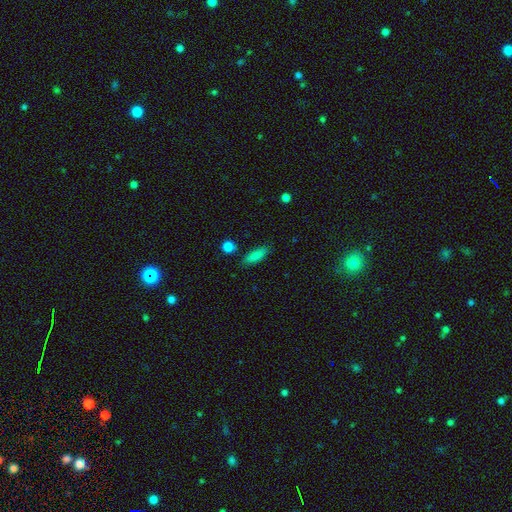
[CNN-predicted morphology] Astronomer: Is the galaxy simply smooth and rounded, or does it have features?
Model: smooth — 84%.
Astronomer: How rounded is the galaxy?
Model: in between — 56% (runner-up: cigar-shaped, 41%).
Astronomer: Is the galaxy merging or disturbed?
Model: none — 82%.